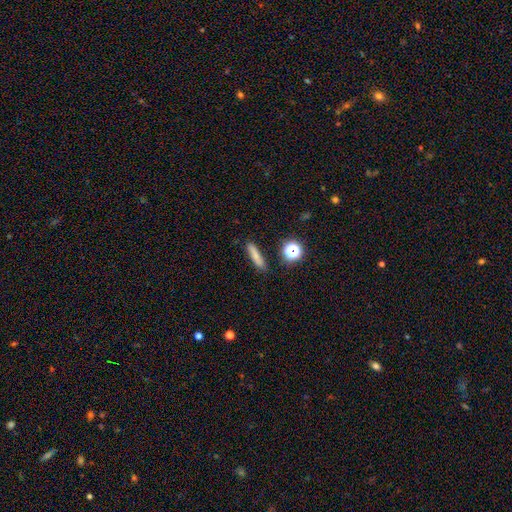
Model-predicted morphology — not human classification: Overall: smooth (73%). How rounded: cigar-shaped (76%). Merging: none (83%).